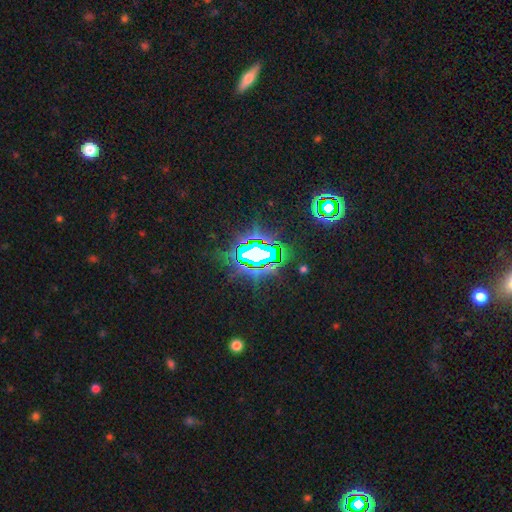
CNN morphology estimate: star or artifact 74%, featured or disk 14%, smooth 12%.